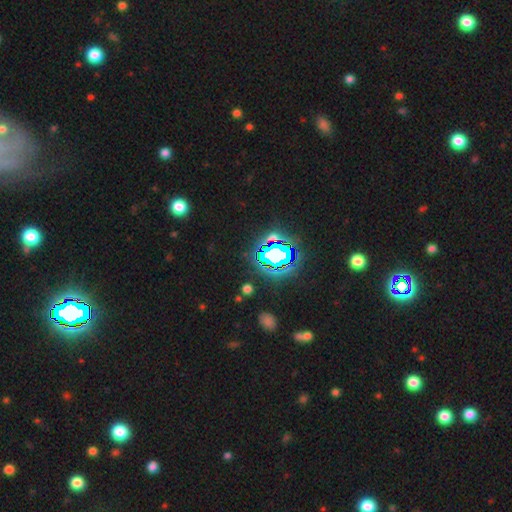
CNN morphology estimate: Smooth or featured? Predicted: star or artifact (p=0.81).